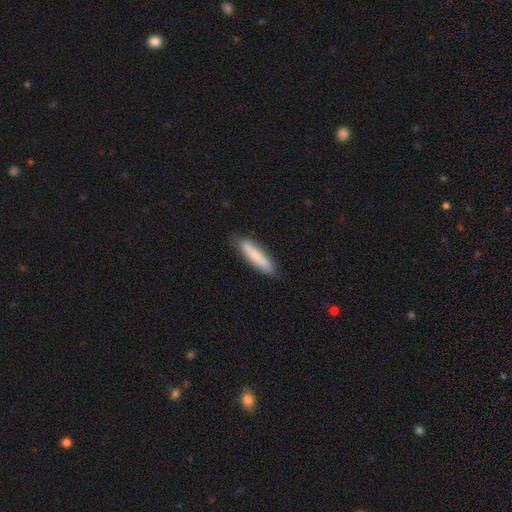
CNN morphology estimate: The model was most divided on "smooth or featured": smooth: 72%, featured or disk: 22%, star or artifact: 6%. More confident: merging — none (81%); how rounded — cigar-shaped (76%).